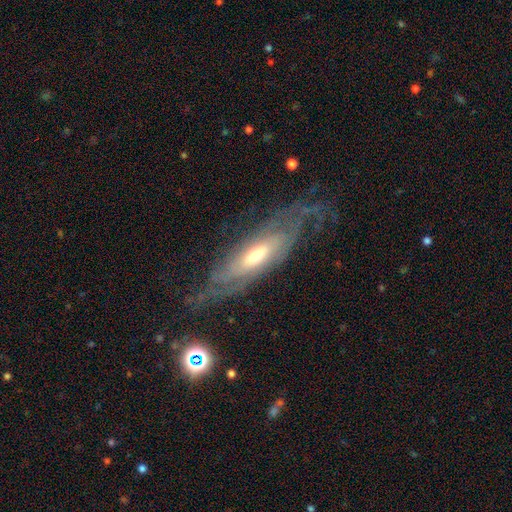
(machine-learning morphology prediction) smooth_or_featured: featured or disk (p=0.81) [alt: smooth p=0.12]
disk_edge_on: no (p=0.77) [alt: yes p=0.23]
bar: no (p=0.54) [alt: weak p=0.34]
has_spiral_arms: yes (p=0.89) [alt: no p=0.11]
spiral_winding: tight (p=0.50) [alt: medium p=0.35]
spiral_arm_count: can't tell (p=0.49) [alt: 2 p=0.28]
bulge_size: moderate (p=0.63) [alt: small p=0.23]
merging: none (p=0.65) [alt: minor disturbance p=0.20]